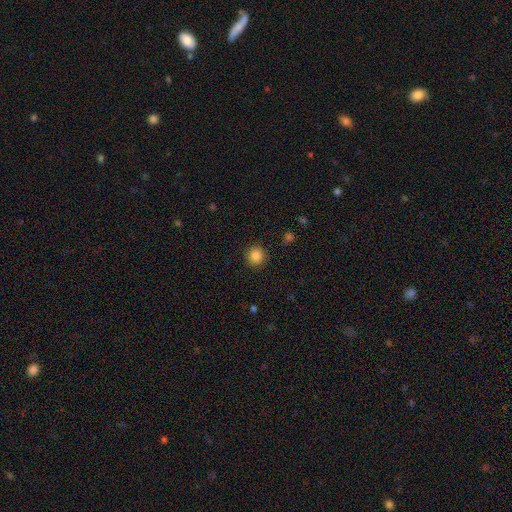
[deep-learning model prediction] smooth 86%, star or artifact 10%, featured or disk 4%. Down the decision tree: how rounded — round (91%); merging — none (90%).